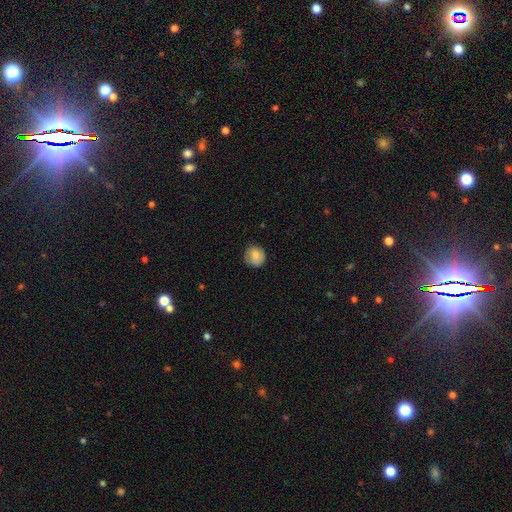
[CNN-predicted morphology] smooth-or-featured: smooth: 82% | featured or disk: 10% | star or artifact: 7%
  how-rounded: round: 90% | in between: 9% | cigar-shaped: 1%
  merging: none: 81% | minor disturbance: 15% | major disturbance: 3% | merger: 1%